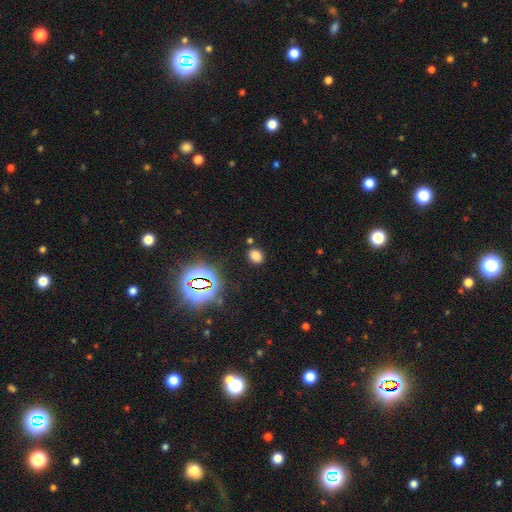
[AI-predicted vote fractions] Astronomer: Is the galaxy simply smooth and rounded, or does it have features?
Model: smooth — 71%.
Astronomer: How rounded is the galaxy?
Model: in between — 50% (runner-up: round, 49%).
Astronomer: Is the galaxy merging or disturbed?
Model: none — 82%.